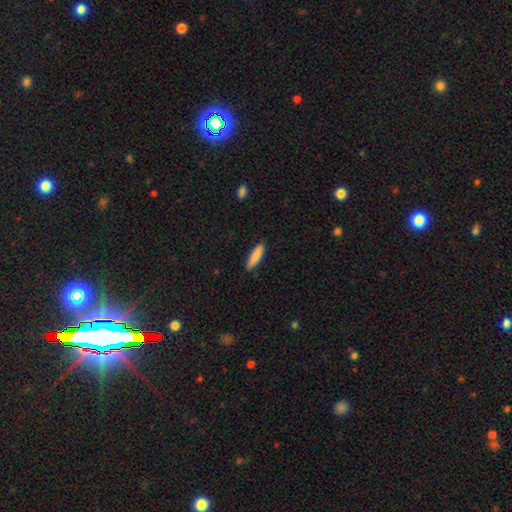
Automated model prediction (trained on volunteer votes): Smooth or featured? smooth (87%)
How rounded? cigar-shaped (70%)
Merging? none (89%)